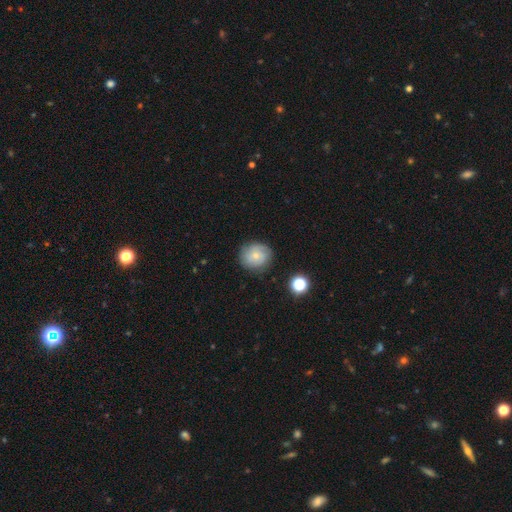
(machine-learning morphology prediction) This is possibly a smooth galaxy (51%). How rounded: clearly round (82%). Merging: likely none (80%).